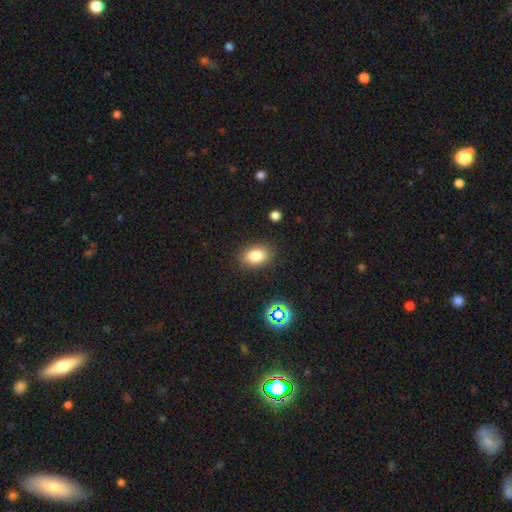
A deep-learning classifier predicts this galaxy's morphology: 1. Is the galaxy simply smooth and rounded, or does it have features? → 81% smooth, 12% star or artifact, 7% featured or disk.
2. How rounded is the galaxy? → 80% in between, 18% round, 1% cigar-shaped.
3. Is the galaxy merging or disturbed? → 86% none, 10% minor disturbance, 3% major disturbance, 2% merger.